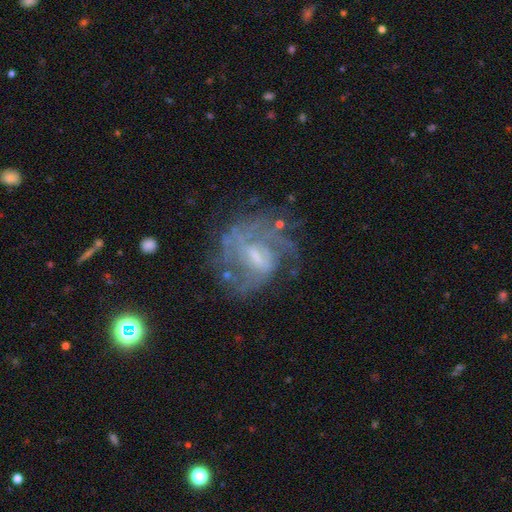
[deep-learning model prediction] A featured or disk galaxy (81%) with a weak bar (56%), medium (43%) spiral arms (83%) and a small central bulge (44%).

Vote fractions:
- Smooth or featured? featured or disk: 81% / smooth: 10% / star or artifact: 10%
- Edge-on disk? no: 97% / yes: 3%
- Bar? weak: 56% / no: 22% / strong: 22%
- Spiral arms? yes: 83% / no: 17%
- Spiral winding? medium: 43% / tight: 35% / loose: 21%
- Spiral arm count? can't tell: 40% / 2: 25% / 3: 15% / 1: 8% / 4: 7% / more than 4: 5%
- Bulge size? small: 44% / moderate: 31% / none: 21% / large: 3% / dominant: 1%
- Merging? none: 51% / major disturbance: 26% / minor disturbance: 19% / merger: 3%